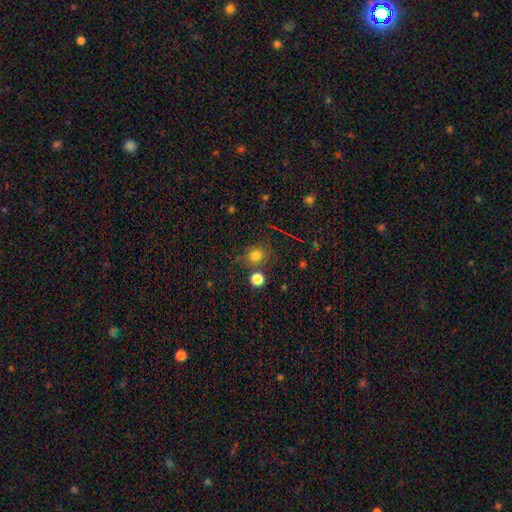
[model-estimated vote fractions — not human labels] smooth-or-featured: smooth: 77% | star or artifact: 16% | featured or disk: 7%
  how-rounded: round: 80% | in between: 18% | cigar-shaped: 1%
  merging: none: 71% | minor disturbance: 12% | merger: 12% | major disturbance: 5%